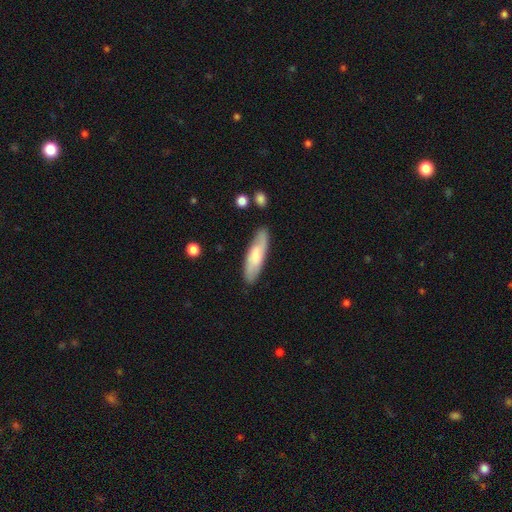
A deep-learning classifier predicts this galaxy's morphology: A smooth galaxy with no disk features (58%) that is cigar-shaped (56%).

Vote fractions:
- Smooth or featured? smooth: 58% / featured or disk: 36% / star or artifact: 6%
- How rounded? cigar-shaped: 56% / in between: 43% / round: 2%
- Merging? none: 83% / minor disturbance: 13% / major disturbance: 3% / merger: 2%